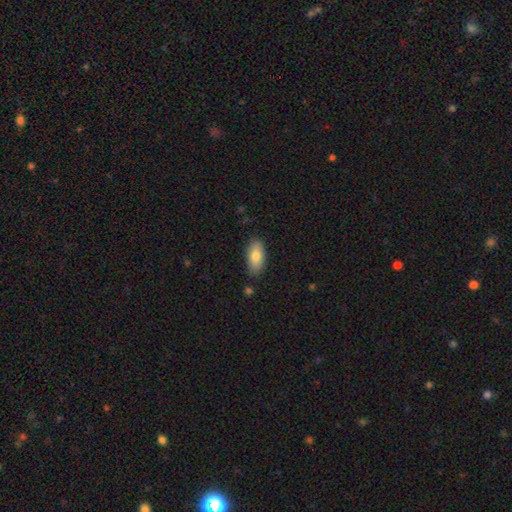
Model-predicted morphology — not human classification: Smooth or featured: smooth — 80% (featured or disk — 14%)
How rounded: in between — 90% (cigar-shaped — 7%)
Merging: none — 84% (minor disturbance — 11%)